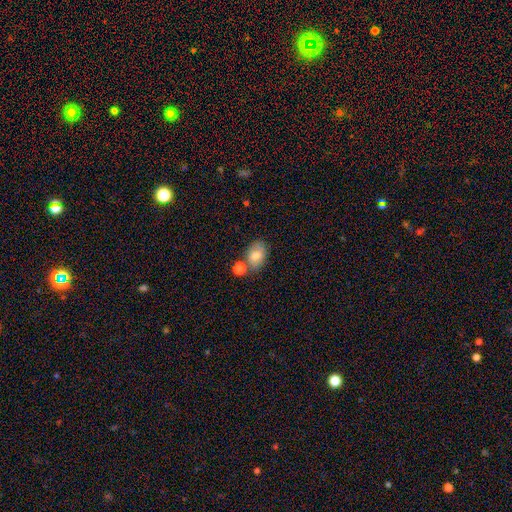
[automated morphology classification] smooth 77%, featured or disk 14%, star or artifact 9%. Down the decision tree: how rounded — in between (81%); merging — none (63%).